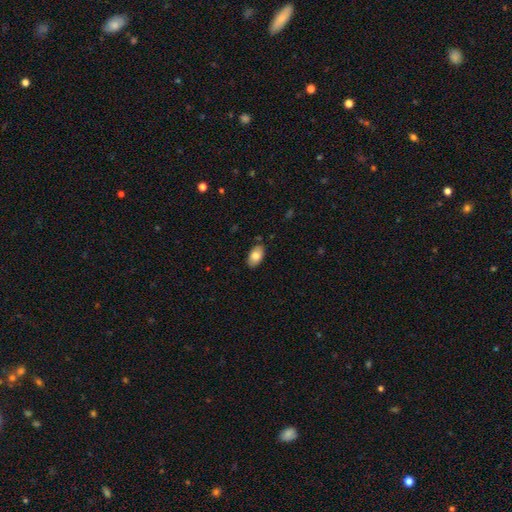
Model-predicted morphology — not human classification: This is clearly a smooth galaxy (82%). How rounded: clearly in between (94%). Merging: clearly none (84%).